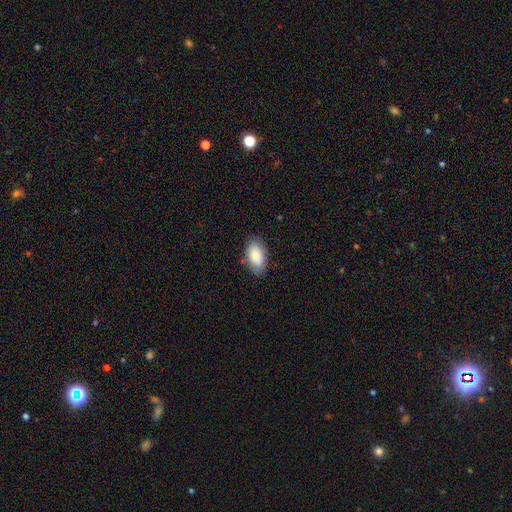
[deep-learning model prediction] smooth-or-featured: smooth: 84% | featured or disk: 9% | star or artifact: 6%
  how-rounded: in between: 94% | round: 4% | cigar-shaped: 2%
  merging: none: 82% | minor disturbance: 14% | major disturbance: 3% | merger: 1%